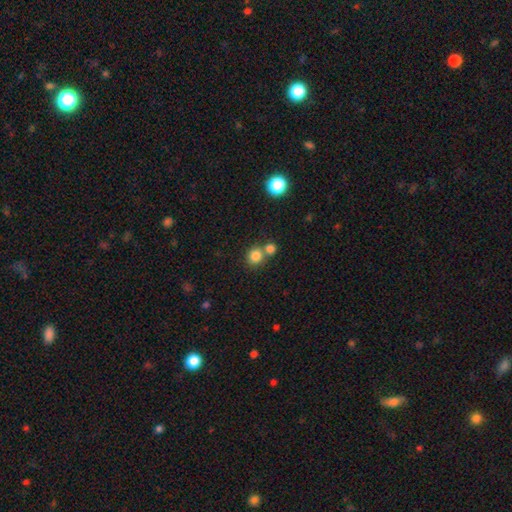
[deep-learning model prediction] smooth-or-featured: smooth: 82% | star or artifact: 12% | featured or disk: 6%
  how-rounded: round: 86% | in between: 13% | cigar-shaped: 1%
  merging: none: 57% | merger: 34% | minor disturbance: 7% | major disturbance: 3%